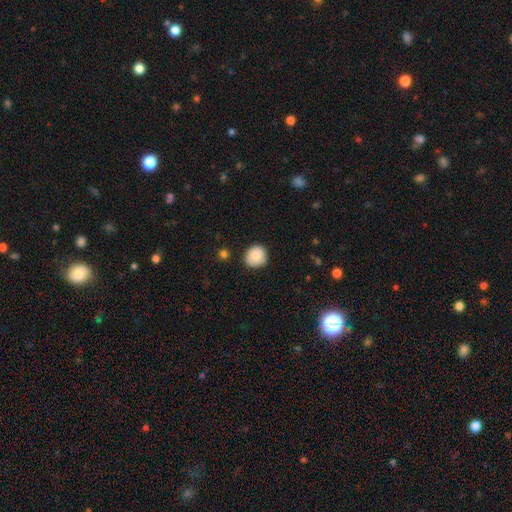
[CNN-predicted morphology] smooth_or_featured: smooth (p=0.80) [alt: featured or disk p=0.13]
how_rounded: round (p=0.87) [alt: in between p=0.12]
merging: none (p=0.82) [alt: minor disturbance p=0.14]